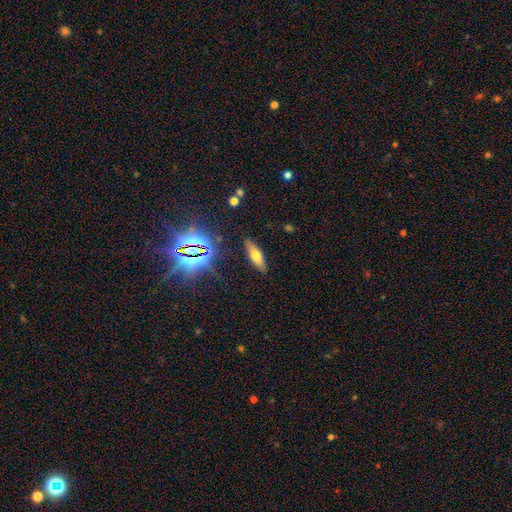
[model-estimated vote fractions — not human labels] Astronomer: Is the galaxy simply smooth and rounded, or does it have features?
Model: smooth — 60%.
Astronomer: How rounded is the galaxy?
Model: in between — 53% (runner-up: cigar-shaped, 44%).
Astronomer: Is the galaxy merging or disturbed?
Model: none — 86%.